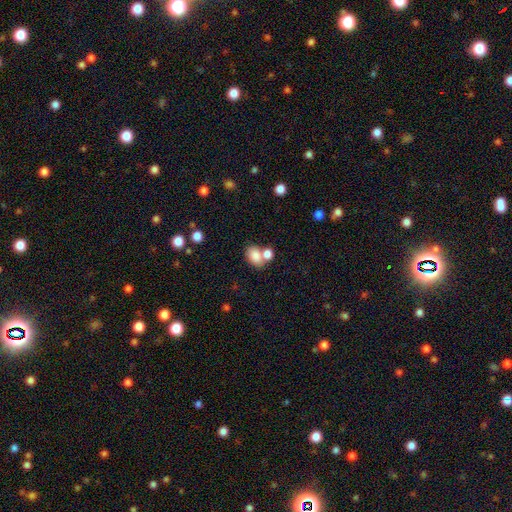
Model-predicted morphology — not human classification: The model was most divided on "merging": none: 44%, merger: 40%, minor disturbance: 11%, major disturbance: 5%. More confident: smooth or featured — smooth (82%); how rounded — in between (74%).